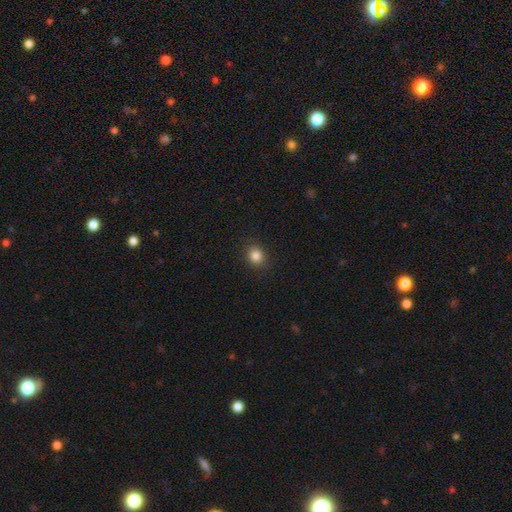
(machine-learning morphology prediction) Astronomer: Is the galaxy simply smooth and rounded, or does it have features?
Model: smooth — 83%.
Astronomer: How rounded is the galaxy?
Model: round — 73%.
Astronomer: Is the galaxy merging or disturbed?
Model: none — 88%.